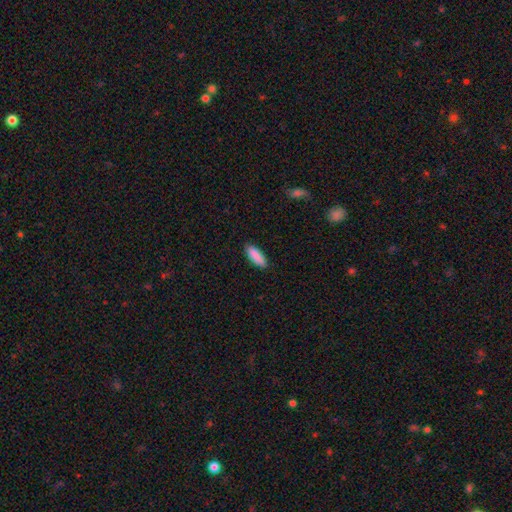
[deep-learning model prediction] Smooth or featured?
  - smooth: 90% *
  - star or artifact: 6%
  - featured or disk: 4%
How rounded?
  - in between: 59% *
  - cigar-shaped: 39%
  - round: 2%
Merging?
  - none: 88% *
  - minor disturbance: 9%
  - major disturbance: 2%
  - merger: 1%